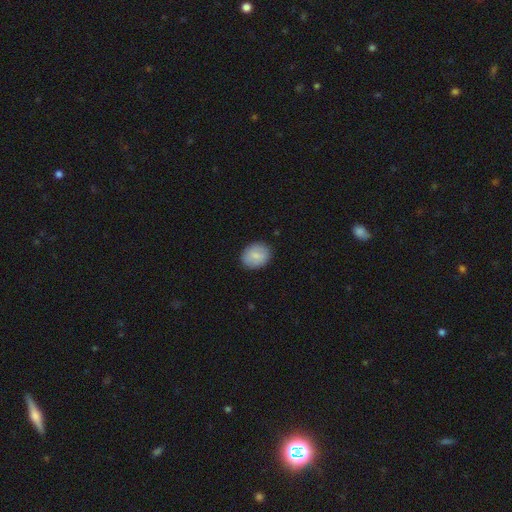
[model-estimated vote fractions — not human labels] Overall: smooth (82%). How rounded: round (54%; in between 45%). Merging: none (87%).